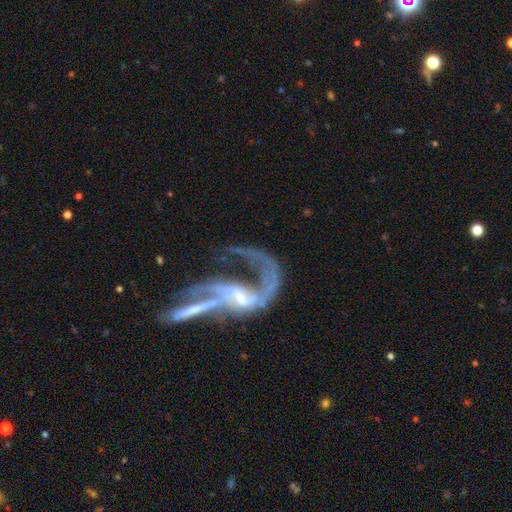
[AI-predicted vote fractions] This appears to be a featured or disk galaxy (80%) with no bar (52%), 2 (41%) loose (71%) spiral arms (75%) and a small central bulge (47%). Merging: merger (42%).